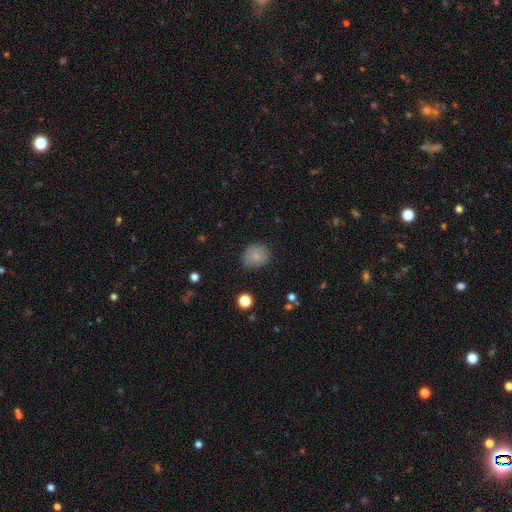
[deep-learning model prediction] This is clearly a smooth galaxy (80%). How rounded: likely round (67%). Merging: likely none (72%).